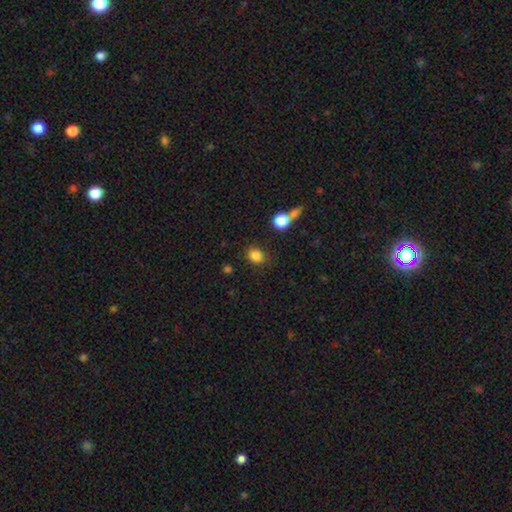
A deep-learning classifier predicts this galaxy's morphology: Smooth or featured: smooth — 85% (star or artifact — 11%)
How rounded: round — 57% (in between — 42%)
Merging: none — 79% (minor disturbance — 12%)